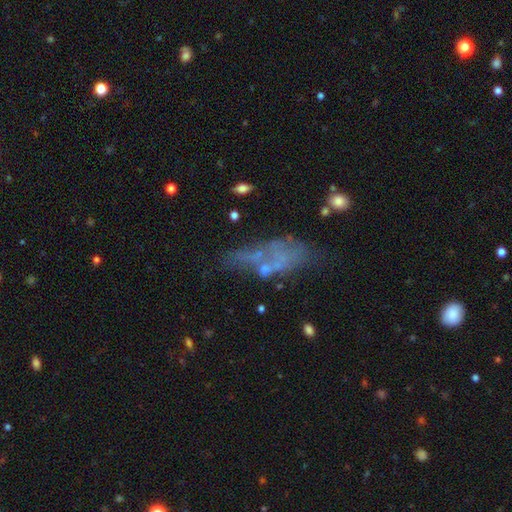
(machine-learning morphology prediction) This appears to be a featured or disk galaxy (46%). Merging: none (38%).